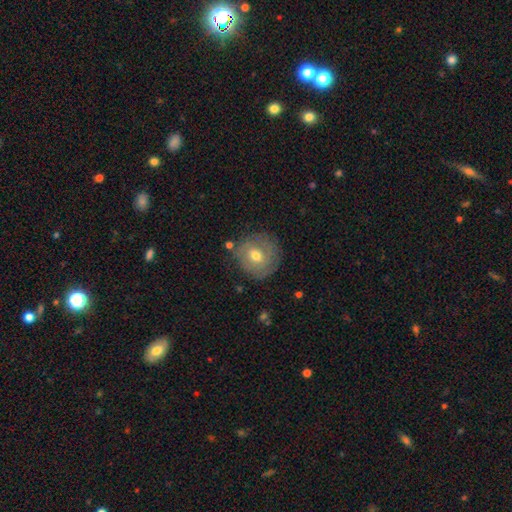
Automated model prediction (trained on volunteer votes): This appears to be a smooth galaxy with no disk features (54%) that is round (88%). Merging: none (76%).